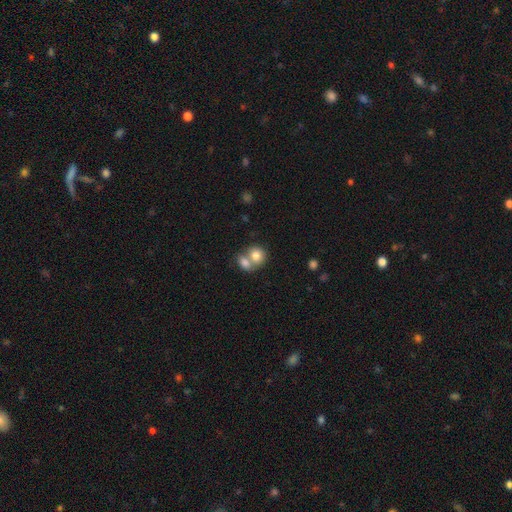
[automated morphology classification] Overall: smooth (78%). How rounded: round (66%; in between 33%). Merging: merger (62%; none 28%).